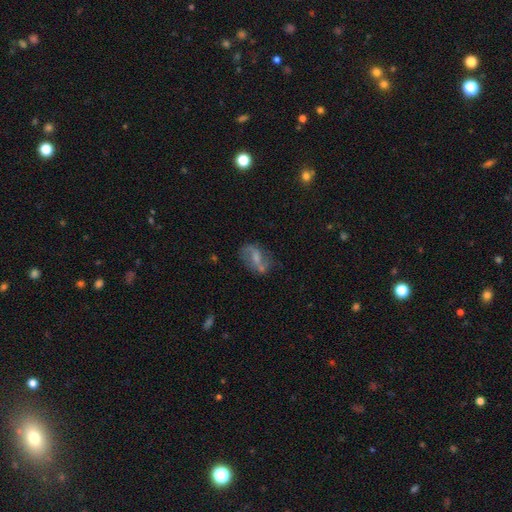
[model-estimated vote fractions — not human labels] smooth-or-featured: featured or disk: 61% | smooth: 29% | star or artifact: 11%
  disk-edge-on: no: 94% | yes: 6%
    bar: weak: 46% | no: 29% | strong: 25%
    has-spiral-arms: yes: 75% | no: 25%
    bulge-size: small: 38% | moderate: 33% | none: 23% | large: 5% | dominant: 1%
  merging: none: 60% | minor disturbance: 21% | major disturbance: 11% | merger: 7%